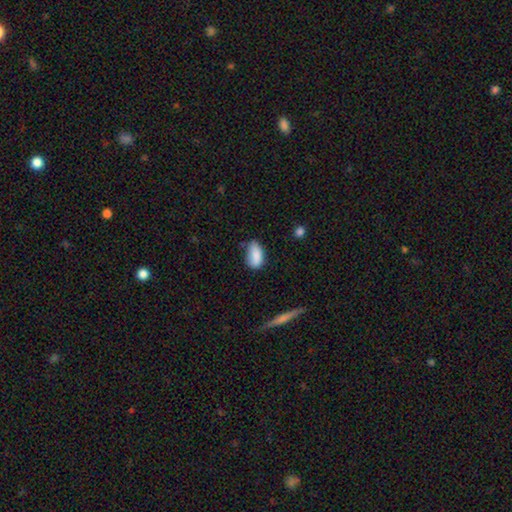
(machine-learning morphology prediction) This appears to be a smooth galaxy with no disk features (85%) that is in between round and cigar-shaped (91%). Merging: none (54%).